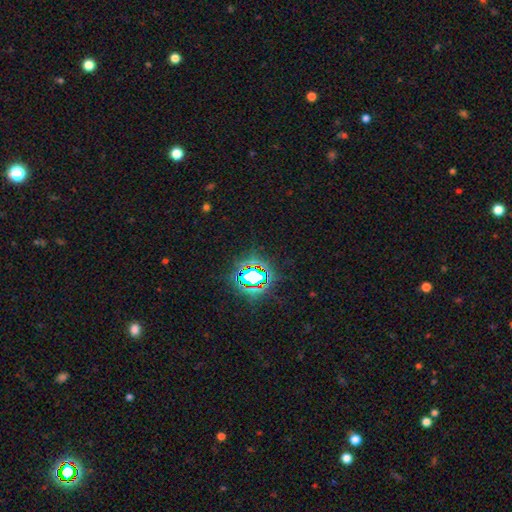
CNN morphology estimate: A star or artifact, not a galaxy (82%).